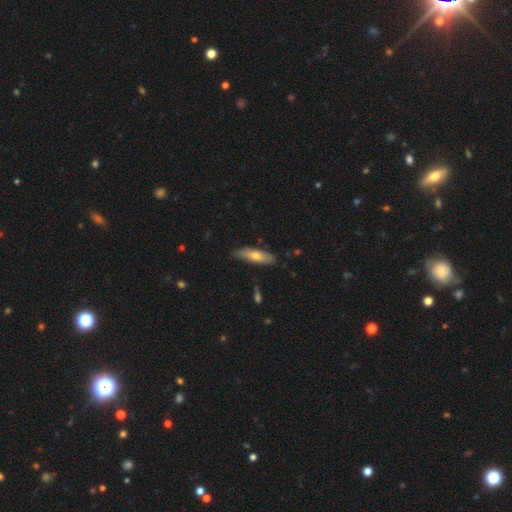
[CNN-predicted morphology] Smooth or featured? smooth (63%)
How rounded? cigar-shaped (53%)
Merging? none (82%)